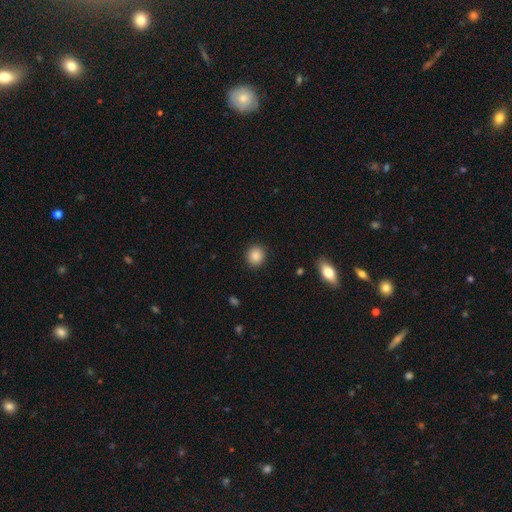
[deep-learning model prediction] This appears to be a smooth galaxy with no disk features (87%) that is round (86%). Merging: none (91%).